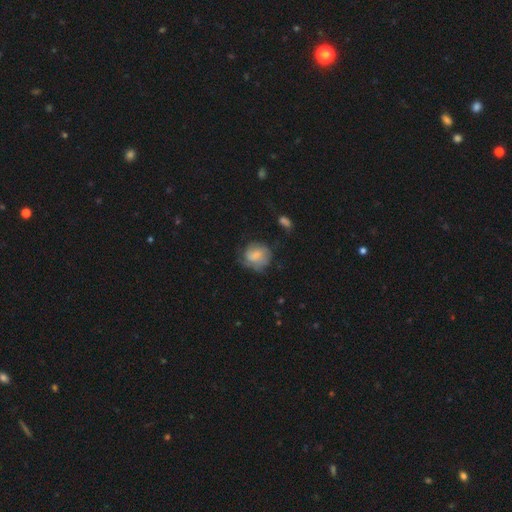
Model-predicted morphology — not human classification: Smooth or featured? Predicted: smooth (p=0.53). How rounded? Predicted: round (p=0.74). Merging? Predicted: none (p=0.54).